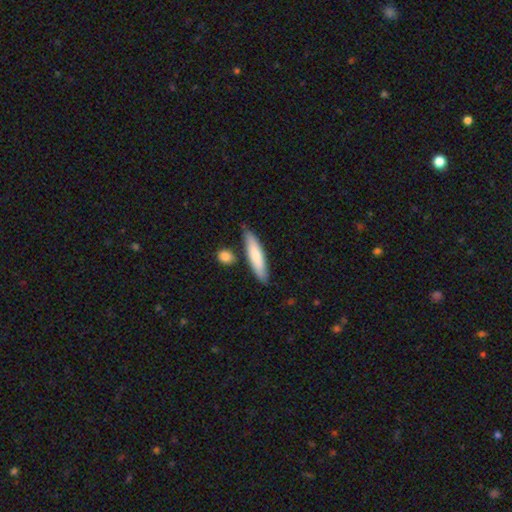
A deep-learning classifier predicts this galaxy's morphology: A smooth galaxy with no disk features (73%) that is cigar-shaped (80%).

Vote fractions:
- Smooth or featured? smooth: 73% / featured or disk: 22% / star or artifact: 5%
- How rounded? cigar-shaped: 80% / in between: 18% / round: 1%
- Merging? none: 78% / minor disturbance: 13% / merger: 6% / major disturbance: 2%